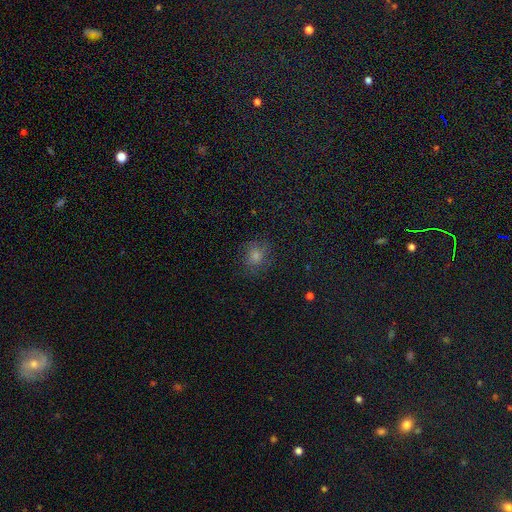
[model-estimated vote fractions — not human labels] Smooth or featured?
  - smooth: 59% *
  - star or artifact: 29%
  - featured or disk: 11%
How rounded?
  - round: 80% *
  - in between: 18%
  - cigar-shaped: 1%
Merging?
  - none: 83% *
  - minor disturbance: 12%
  - major disturbance: 4%
  - merger: 1%